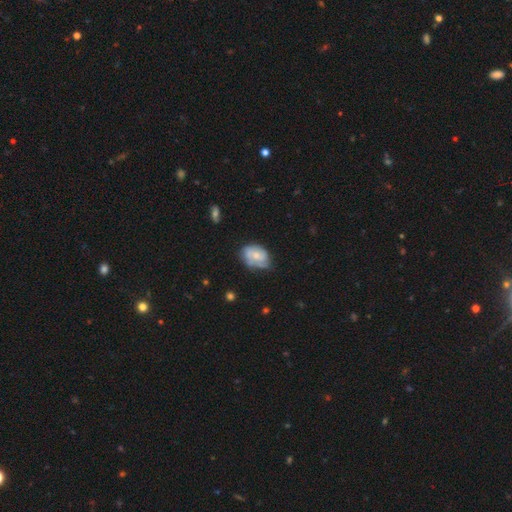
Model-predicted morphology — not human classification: A featured or disk galaxy (53%) with no bar (70%), spiral arms (73%) and a small central bulge (46%). Merging: none (48%).